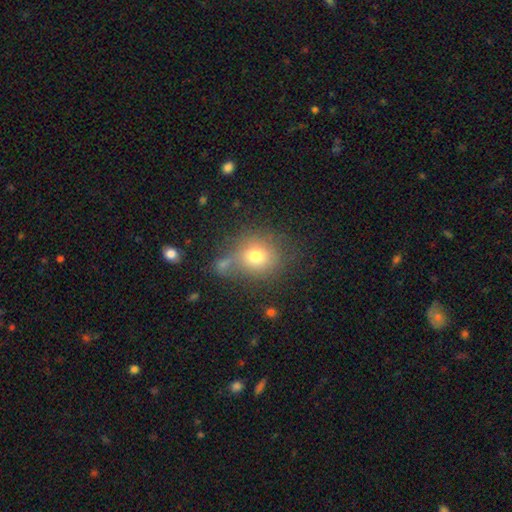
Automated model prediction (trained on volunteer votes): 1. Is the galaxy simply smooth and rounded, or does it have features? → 74% smooth, 13% star or artifact, 13% featured or disk.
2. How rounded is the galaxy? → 78% round, 21% in between, 1% cigar-shaped.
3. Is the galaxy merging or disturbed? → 58% none, 17% minor disturbance, 14% merger, 11% major disturbance.